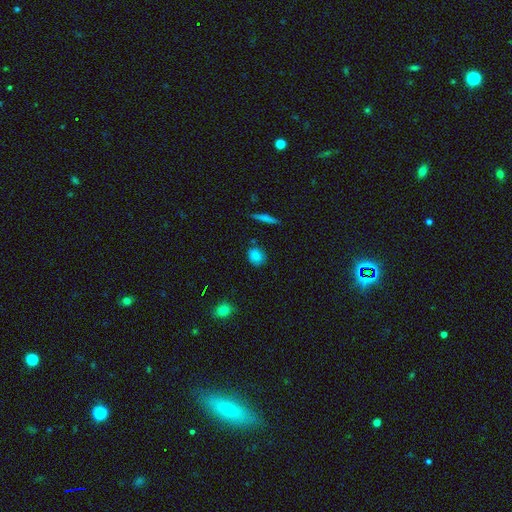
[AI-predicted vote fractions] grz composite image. It shows a smooth galaxy with no disk features (85%) that is round (69%). Merging: none (83%).